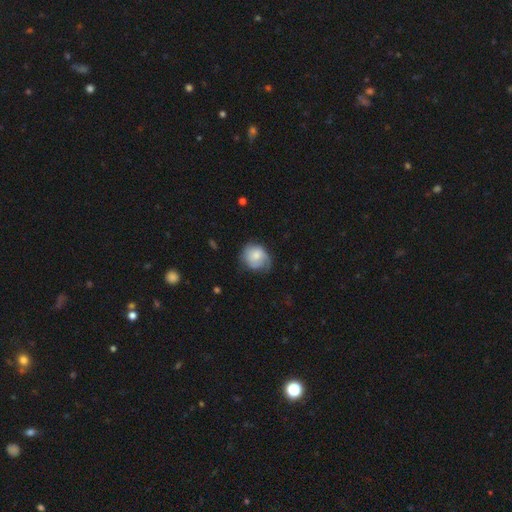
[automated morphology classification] smooth_or_featured: smooth (p=0.60) [alt: featured or disk p=0.33]
how_rounded: round (p=0.69) [alt: in between p=0.31]
merging: none (p=0.55) [alt: minor disturbance p=0.31]